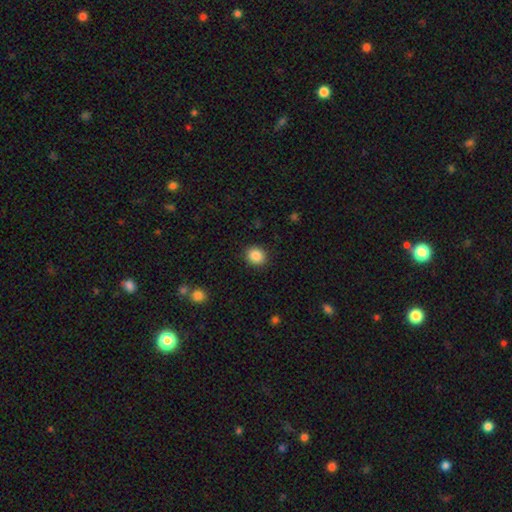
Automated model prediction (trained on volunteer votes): This appears to be a smooth galaxy with no disk features (87%) that is round (80%). Merging: none (91%).